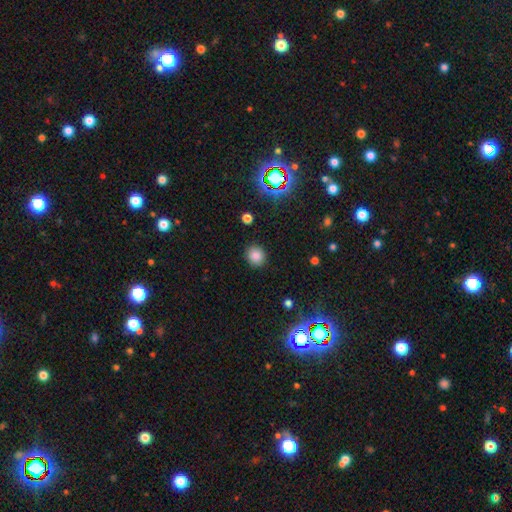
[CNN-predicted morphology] Smooth or featured: smooth — 82% (star or artifact — 13%)
How rounded: round — 83% (in between — 16%)
Merging: none — 89% (minor disturbance — 7%)